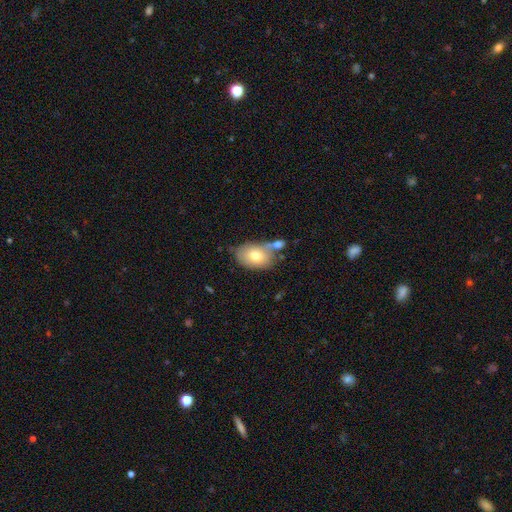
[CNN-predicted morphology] Q: Smooth or featured?
A: smooth (74%); runner-up: featured or disk (19%)
Q: How rounded?
A: in between (82%); runner-up: round (17%)
Q: Merging?
A: none (50%); runner-up: merger (24%)